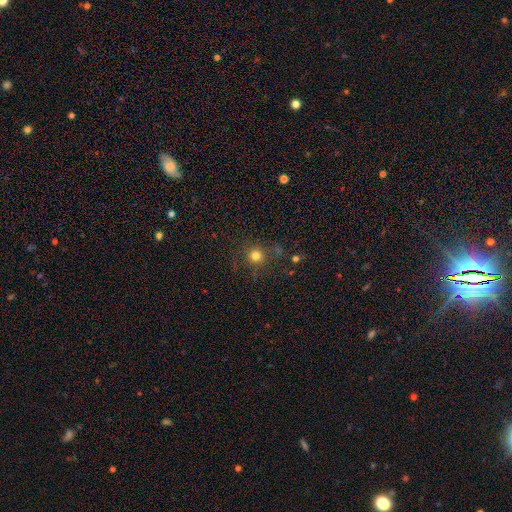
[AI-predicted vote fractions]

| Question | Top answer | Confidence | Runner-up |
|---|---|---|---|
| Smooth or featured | smooth | 74% | star or artifact (19%) |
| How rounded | round | 93% | in between (6%) |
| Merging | none | 79% | minor disturbance (11%) |